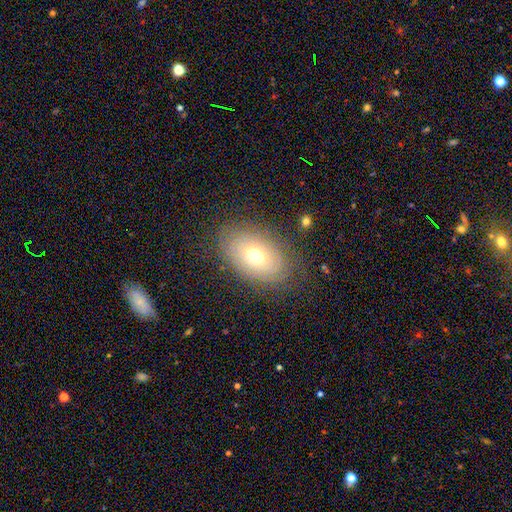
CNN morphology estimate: A smooth galaxy with no disk features (54%) that is in between round and cigar-shaped (88%). Merging: none (79%).